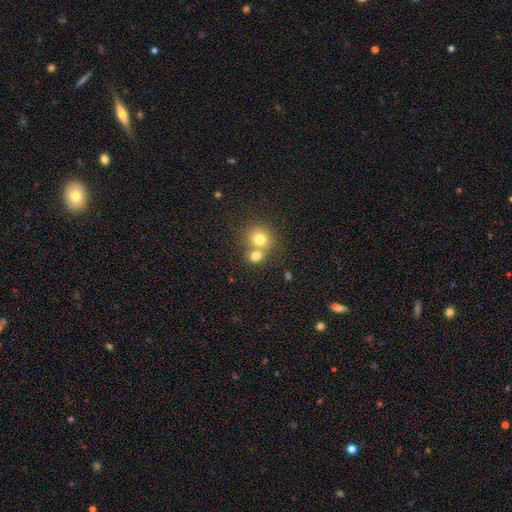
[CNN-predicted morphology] This appears to be a smooth galaxy with no disk features (76%) that is round (77%). Merging: merger (53%).